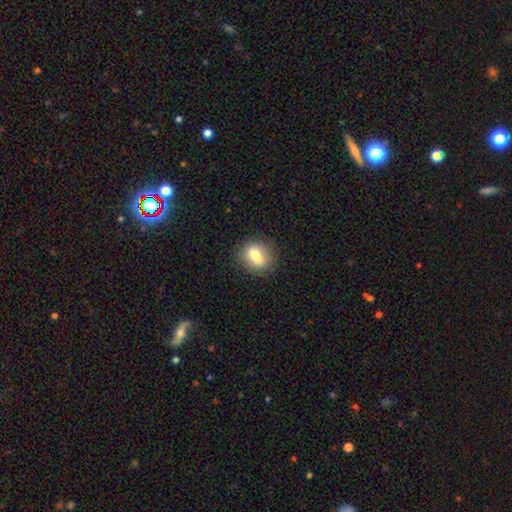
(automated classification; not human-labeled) This is likely a smooth galaxy (70%). How rounded: possibly round (52%). Merging: clearly none (84%).